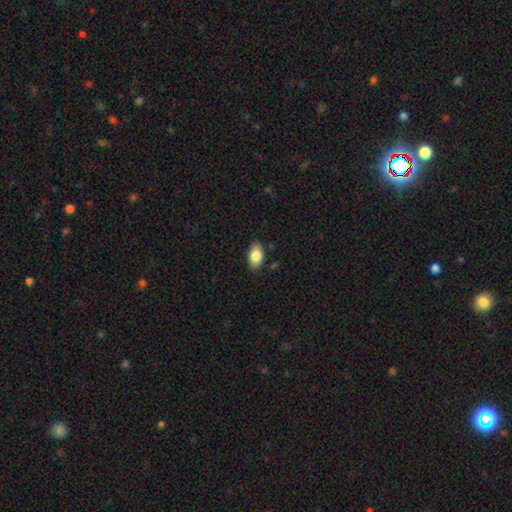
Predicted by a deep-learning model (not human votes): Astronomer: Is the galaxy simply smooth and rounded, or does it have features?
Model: smooth — 85%.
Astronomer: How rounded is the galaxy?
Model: in between — 91%.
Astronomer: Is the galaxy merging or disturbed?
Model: none — 84%.